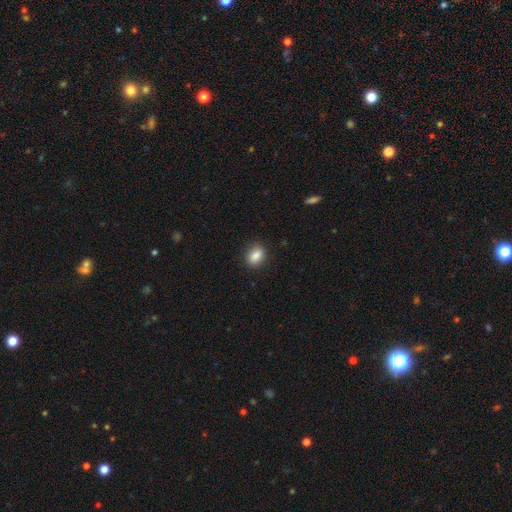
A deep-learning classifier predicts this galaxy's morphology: Smooth or featured? Predicted: smooth (p=0.86). How rounded? Predicted: in between (p=0.67). Merging? Predicted: none (p=0.86).